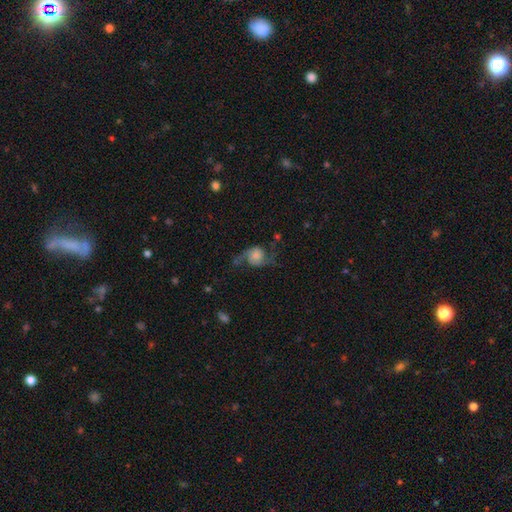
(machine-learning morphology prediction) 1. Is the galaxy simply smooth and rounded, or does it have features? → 71% featured or disk, 21% smooth, 8% star or artifact.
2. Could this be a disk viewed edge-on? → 96% no, 4% yes.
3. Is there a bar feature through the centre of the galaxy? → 74% no, 22% weak, 4% strong.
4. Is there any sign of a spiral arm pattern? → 94% yes, 6% no.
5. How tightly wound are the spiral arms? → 77% loose, 19% medium, 4% tight.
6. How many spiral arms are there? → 92% 2, 3% 1, 2% can't tell, 1% 3, 1% 4, 1% more than 4.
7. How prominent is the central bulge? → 29% large, 21% none, 20% dominant, 15% moderate, 15% small.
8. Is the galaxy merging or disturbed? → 57% none, 21% minor disturbance, 20% major disturbance, 3% merger.